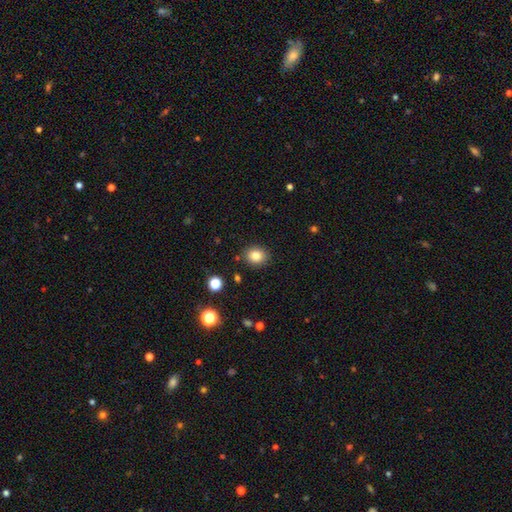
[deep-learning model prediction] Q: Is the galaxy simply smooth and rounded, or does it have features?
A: smooth — 82%.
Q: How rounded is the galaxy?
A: round — 65%.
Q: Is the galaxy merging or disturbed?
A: none — 88%.